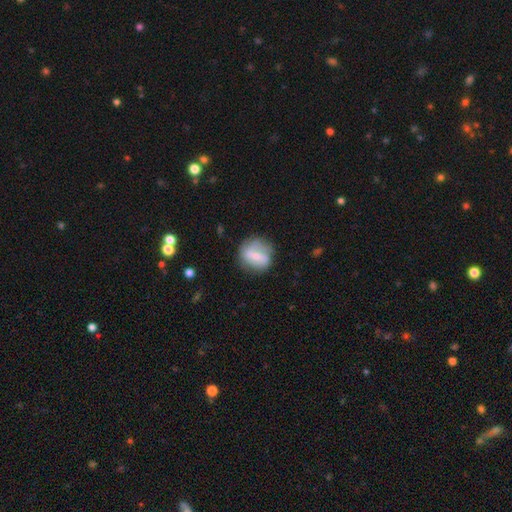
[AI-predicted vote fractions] This appears to be a featured or disk galaxy (54%) with a weak bar (41%), spiral arms (61%) and a small central bulge (57%). Merging: none (65%).